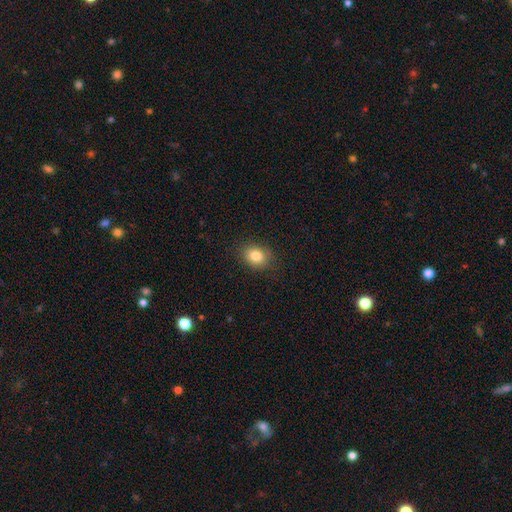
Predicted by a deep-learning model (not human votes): Smooth or featured?
  - smooth: 83% *
  - star or artifact: 10%
  - featured or disk: 7%
How rounded?
  - in between: 56% *
  - round: 43%
  - cigar-shaped: 1%
Merging?
  - none: 86% *
  - minor disturbance: 10%
  - major disturbance: 3%
  - merger: 1%